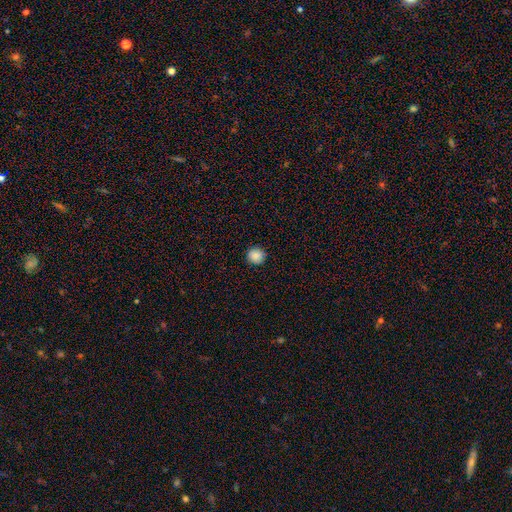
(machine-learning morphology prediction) Smooth or featured?
  - smooth: 87% *
  - star or artifact: 10%
  - featured or disk: 4%
How rounded?
  - round: 93% *
  - in between: 6%
  - cigar-shaped: 1%
Merging?
  - none: 91% *
  - minor disturbance: 6%
  - major disturbance: 2%
  - merger: 1%